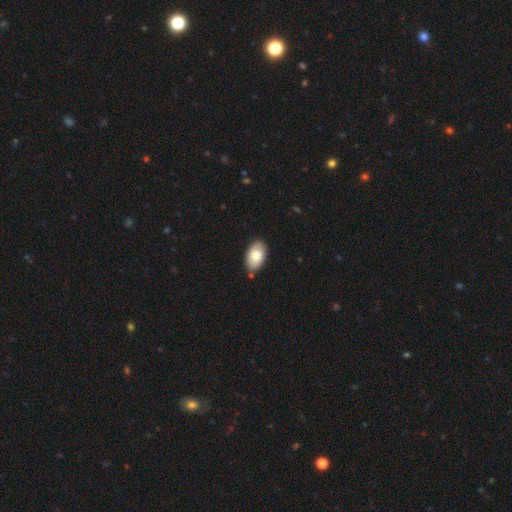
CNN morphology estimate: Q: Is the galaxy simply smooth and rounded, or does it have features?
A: smooth — 81%.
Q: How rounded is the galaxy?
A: in between — 94%.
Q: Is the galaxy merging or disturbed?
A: none — 84%.